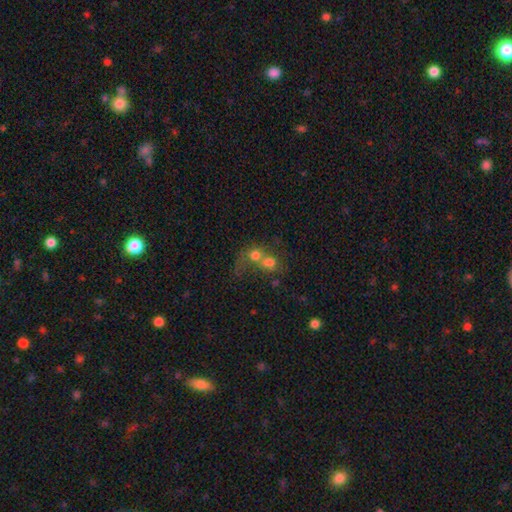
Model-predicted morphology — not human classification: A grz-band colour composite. It shows a smooth galaxy with no disk features (68%) that is round (74%). Merging: merger (71%).